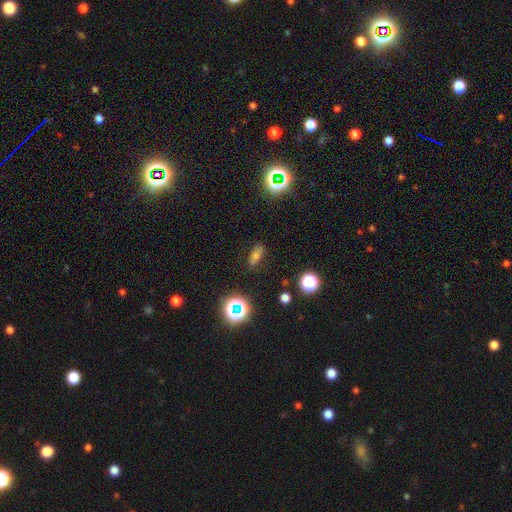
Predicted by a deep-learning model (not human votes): A smooth galaxy with no disk features (58%) that is in between round and cigar-shaped (65%). Merging: none (83%).